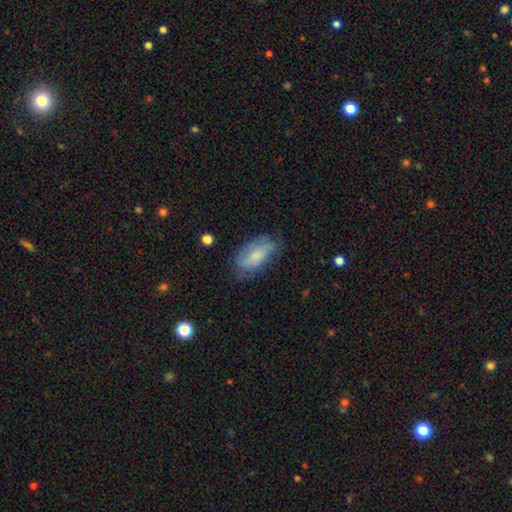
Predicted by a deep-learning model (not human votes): Morphology: type=smooth (70%); roundness=in between (86%); merging=none (64%).